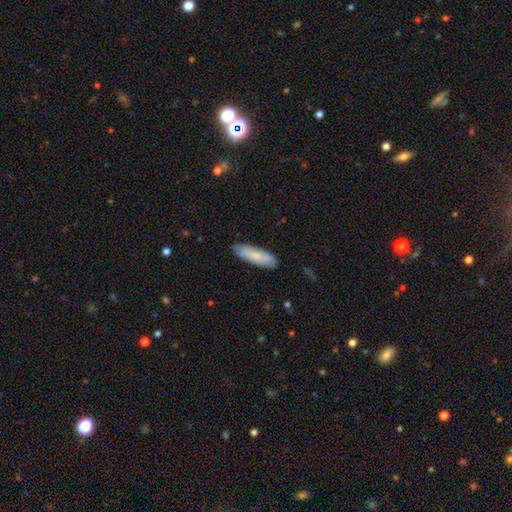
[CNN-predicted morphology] A smooth galaxy with no disk features (79%) that is cigar-shaped (55%).

Vote fractions:
- Smooth or featured? smooth: 79% / featured or disk: 16% / star or artifact: 6%
- How rounded? cigar-shaped: 55% / in between: 43% / round: 2%
- Merging? none: 86% / minor disturbance: 11% / major disturbance: 2% / merger: 1%